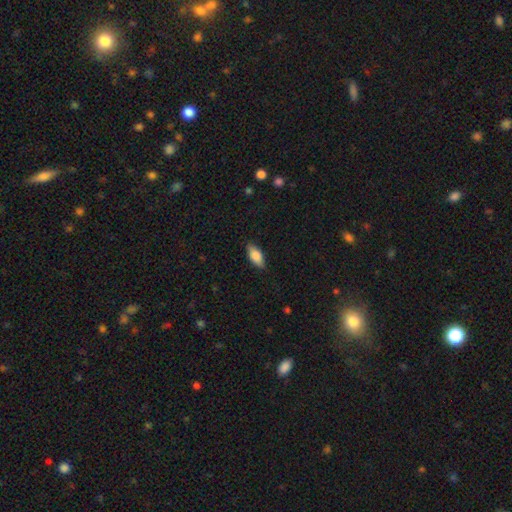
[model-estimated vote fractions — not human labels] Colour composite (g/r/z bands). It shows a smooth galaxy with no disk features (81%) that is in between round and cigar-shaped (86%). Merging: none (87%).